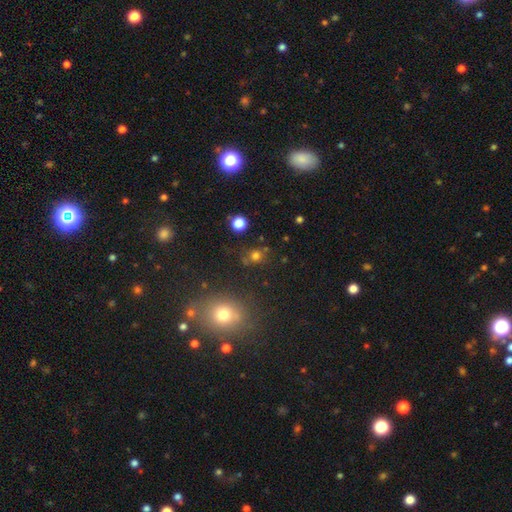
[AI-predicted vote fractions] smooth_or_featured: smooth (p=0.70) [alt: star or artifact p=0.23]
how_rounded: round (p=0.83) [alt: in between p=0.16]
merging: none (p=0.75) [alt: minor disturbance p=0.11]